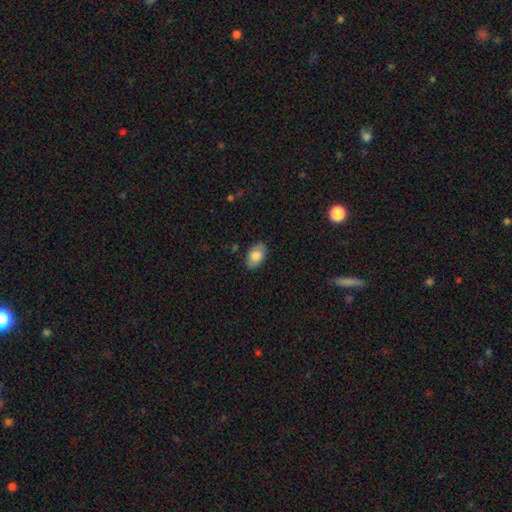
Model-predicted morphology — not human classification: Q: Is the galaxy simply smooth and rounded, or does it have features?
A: smooth — 83%.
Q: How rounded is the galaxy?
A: in between — 91%.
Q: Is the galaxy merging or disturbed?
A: none — 85%.